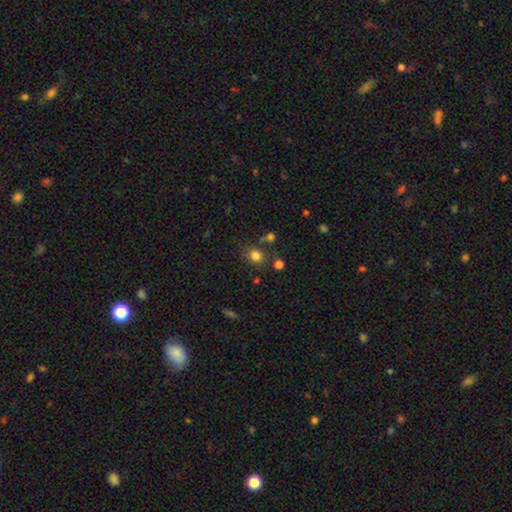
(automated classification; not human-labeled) Smooth or featured? Predicted: smooth (p=0.80). How rounded? Predicted: round (p=0.75). Merging? Predicted: none (p=0.76).